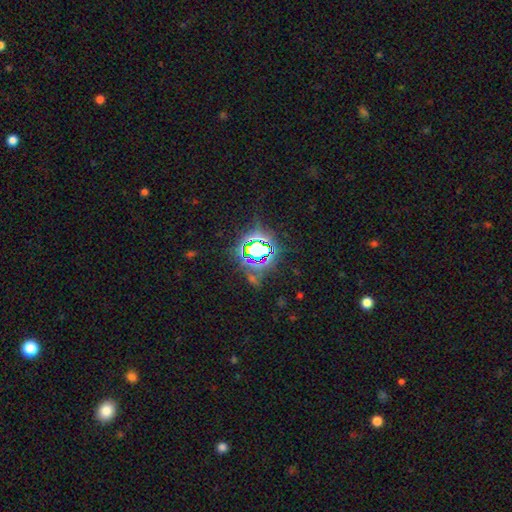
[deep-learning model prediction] smooth-or-featured: star or artifact: 82% | smooth: 11% | featured or disk: 7%